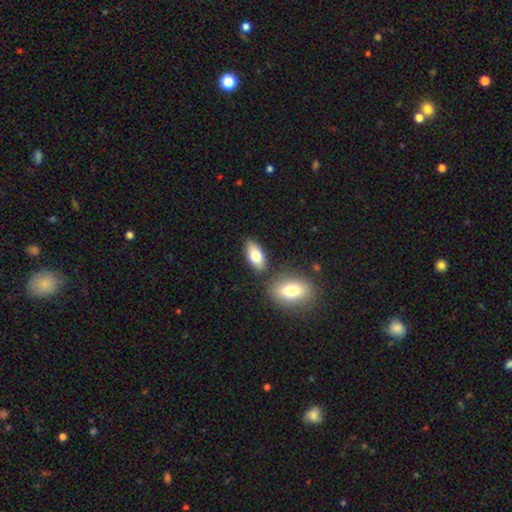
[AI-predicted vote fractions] smooth_or_featured: smooth (p=0.78) [alt: featured or disk p=0.15]
how_rounded: in between (p=0.91) [alt: cigar-shaped p=0.06]
merging: none (p=0.76) [alt: merger p=0.11]